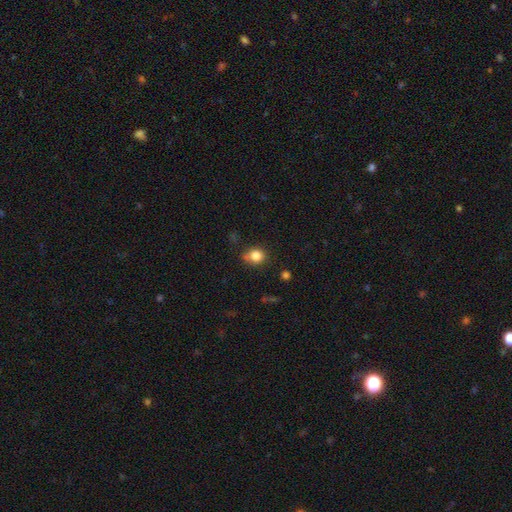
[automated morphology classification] The model was most divided on "merging": none: 70%, minor disturbance: 18%, merger: 8%, major disturbance: 5%. More confident: smooth or featured — smooth (83%); how rounded — round (76%).